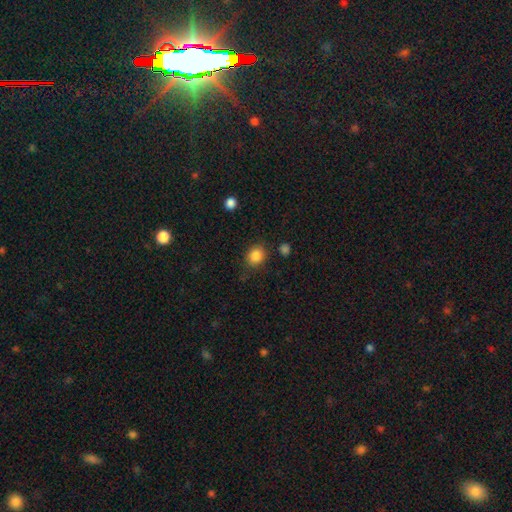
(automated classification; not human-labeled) This is clearly a smooth galaxy (86%). How rounded: likely round (70%). Merging: clearly none (81%).